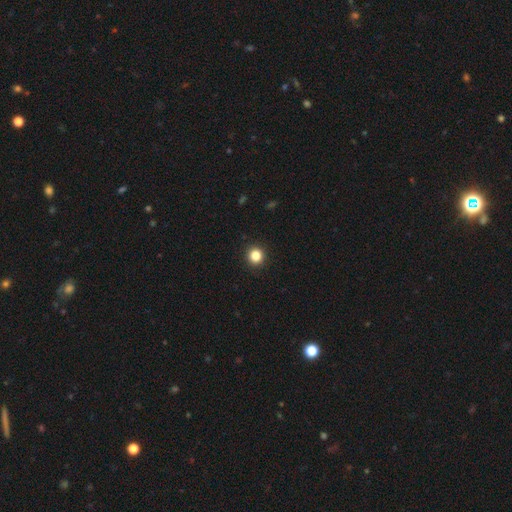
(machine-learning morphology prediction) Smooth or featured? smooth (84%)
How rounded? round (93%)
Merging? none (93%)